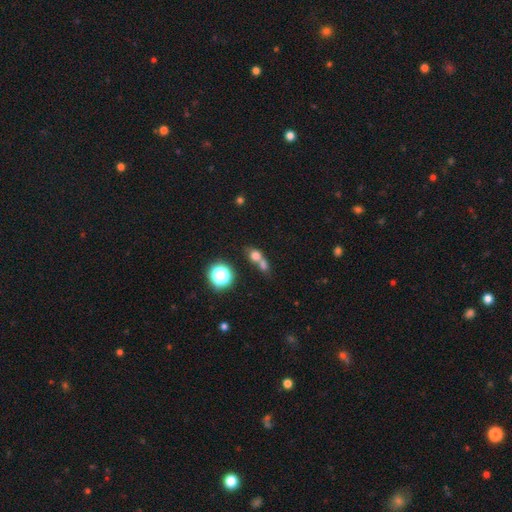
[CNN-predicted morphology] A smooth galaxy with no disk features (68%) that is round (67%).

Vote fractions:
- Smooth or featured? smooth: 68% / star or artifact: 19% / featured or disk: 13%
- How rounded? round: 67% / in between: 30% / cigar-shaped: 3%
- Merging? merger: 55% / none: 33% / minor disturbance: 7% / major disturbance: 5%